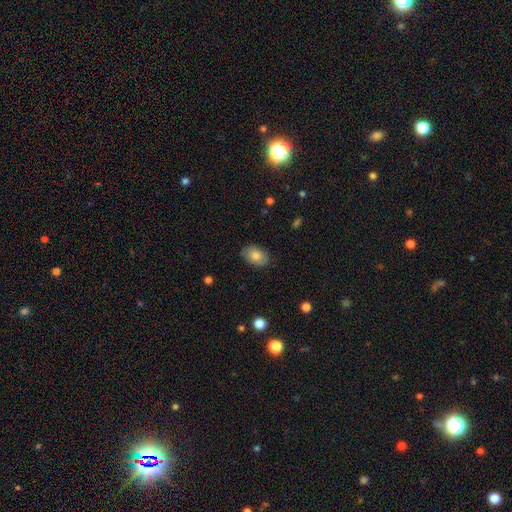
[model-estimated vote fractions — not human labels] Q: Smooth or featured?
A: smooth (80%); runner-up: featured or disk (12%)
Q: How rounded?
A: in between (84%); runner-up: round (15%)
Q: Merging?
A: none (85%); runner-up: minor disturbance (12%)